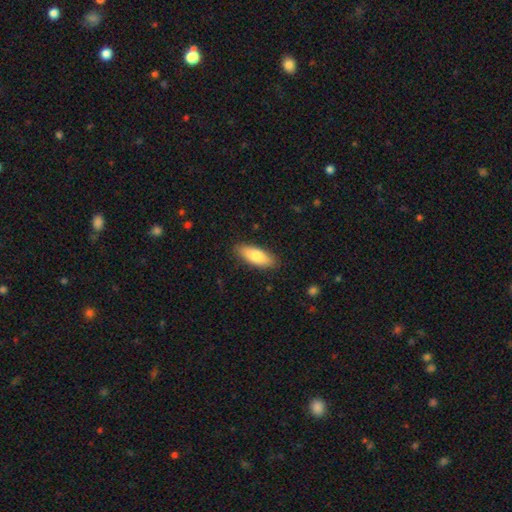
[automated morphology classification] Overall: smooth (79%). How rounded: in between (69%). Merging: none (88%).